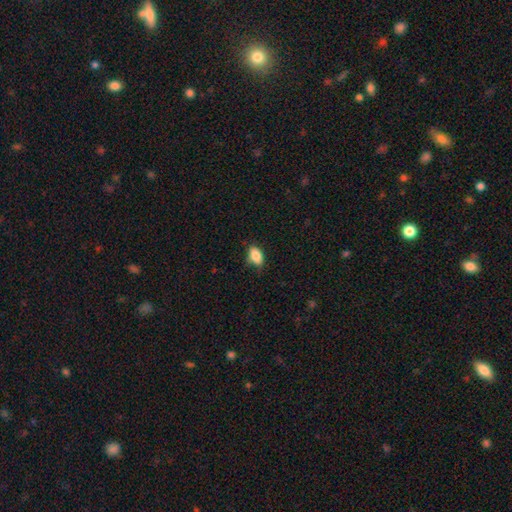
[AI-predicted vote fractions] A smooth galaxy with no disk features (86%) that is in between round and cigar-shaped (87%). Merging: none (70%).